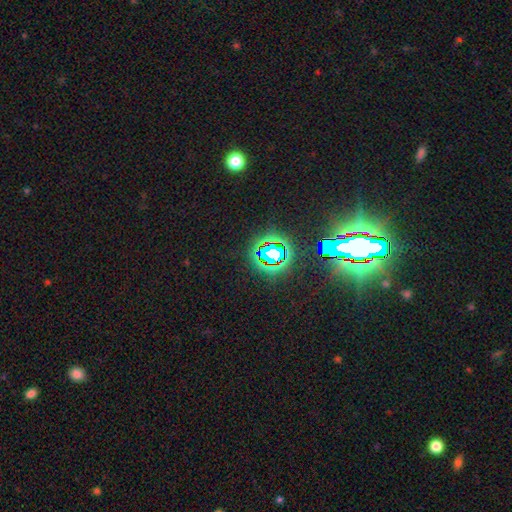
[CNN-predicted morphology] Smooth or featured? star or artifact (84%)